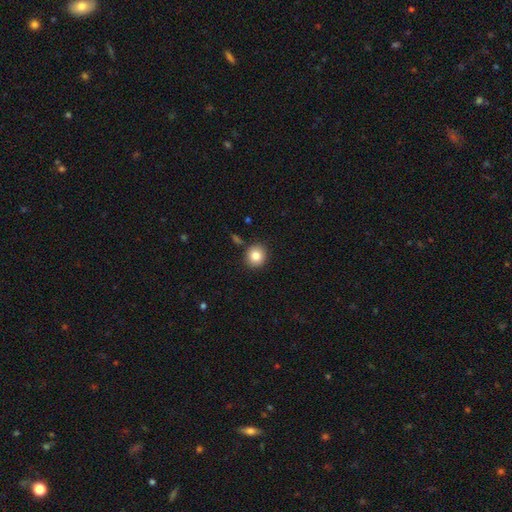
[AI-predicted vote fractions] Smooth or featured?
  - smooth: 84% *
  - star or artifact: 9%
  - featured or disk: 7%
How rounded?
  - round: 89% *
  - in between: 10%
  - cigar-shaped: 1%
Merging?
  - none: 88% *
  - minor disturbance: 7%
  - merger: 3%
  - major disturbance: 2%